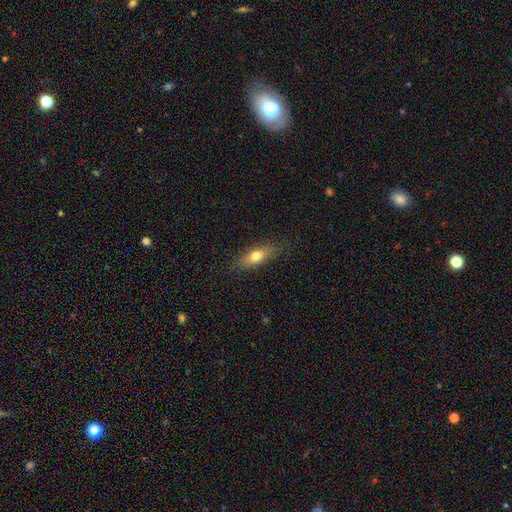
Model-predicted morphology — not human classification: A smooth galaxy with no disk features (69%) that is in between round and cigar-shaped (59%).

Vote fractions:
- Smooth or featured? smooth: 69% / featured or disk: 24% / star or artifact: 7%
- How rounded? in between: 59% / cigar-shaped: 37% / round: 4%
- Merging? none: 84% / minor disturbance: 12% / major disturbance: 3% / merger: 1%